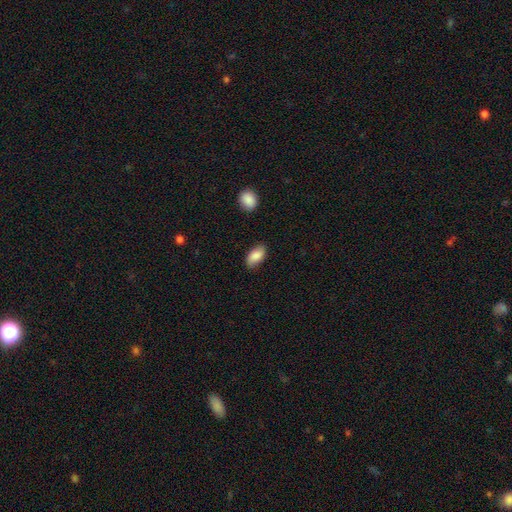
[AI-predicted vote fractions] This is clearly a smooth galaxy (84%). How rounded: clearly in between (93%). Merging: likely none (79%).